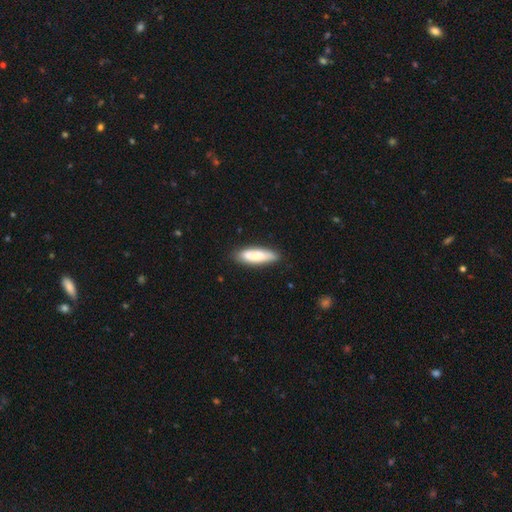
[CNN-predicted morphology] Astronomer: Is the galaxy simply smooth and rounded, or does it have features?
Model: smooth — 77%.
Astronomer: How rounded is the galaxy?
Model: cigar-shaped — 60% (runner-up: in between, 38%).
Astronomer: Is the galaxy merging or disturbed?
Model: none — 81%.